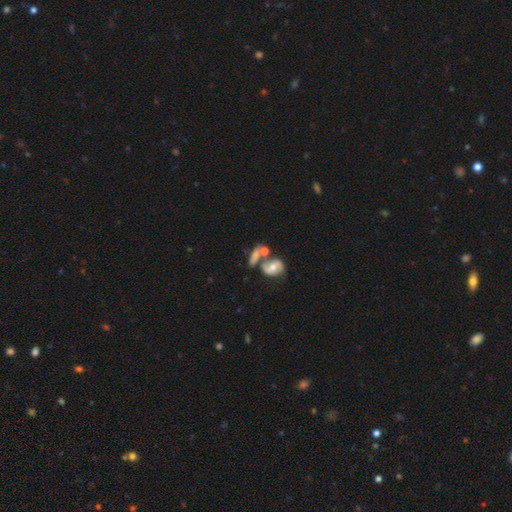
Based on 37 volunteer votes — smooth 59%, featured or disk 32%, star or artifact 8%. Down the decision tree: how rounded — in between (45%); merging — merger (50%).